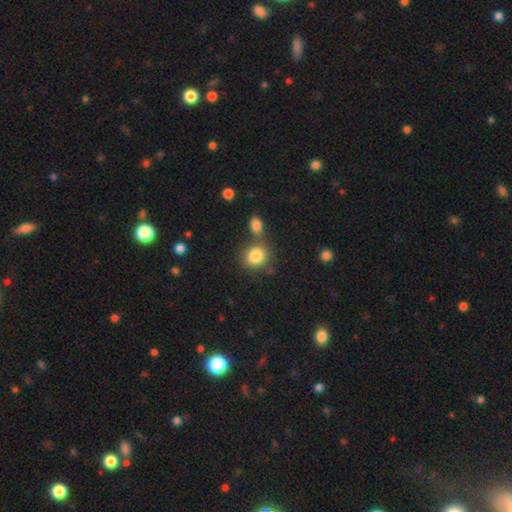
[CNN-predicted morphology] Smooth or featured? Predicted: smooth (p=0.84). How rounded? Predicted: round (p=0.79). Merging? Predicted: none (p=0.62).